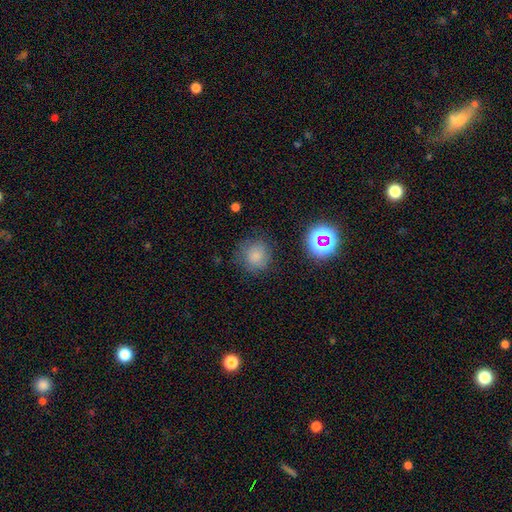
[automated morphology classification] Overall: smooth (76%). How rounded: round (91%). Merging: none (77%).